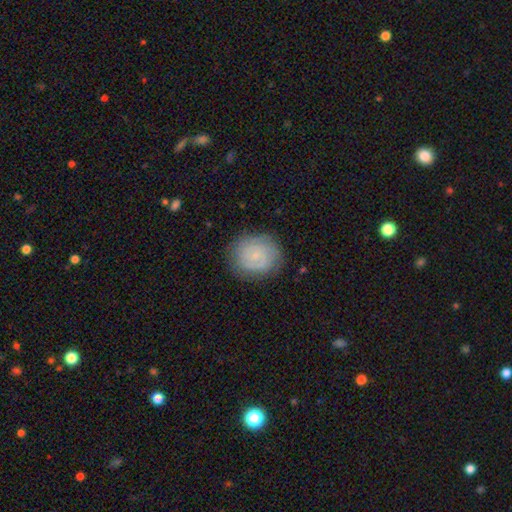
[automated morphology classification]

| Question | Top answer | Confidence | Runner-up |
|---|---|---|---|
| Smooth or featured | smooth | 53% | featured or disk (39%) |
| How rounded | round | 79% | in between (20%) |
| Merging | none | 79% | minor disturbance (15%) |